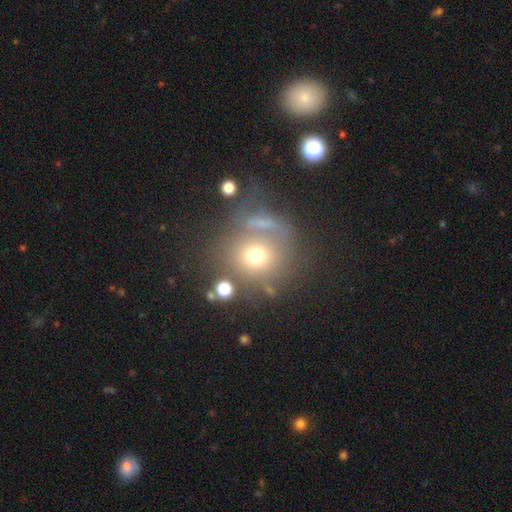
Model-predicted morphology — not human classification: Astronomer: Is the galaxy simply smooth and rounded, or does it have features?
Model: smooth — 64%.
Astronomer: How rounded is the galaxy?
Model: round — 87%.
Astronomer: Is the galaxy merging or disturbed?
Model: none — 53%.